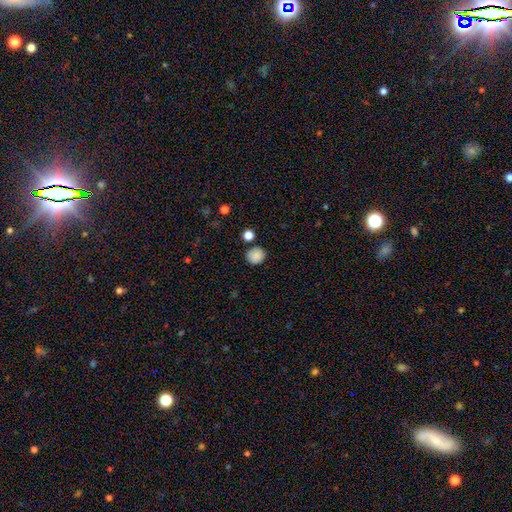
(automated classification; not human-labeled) Overall: smooth (87%). How rounded: round (87%). Merging: none (83%).